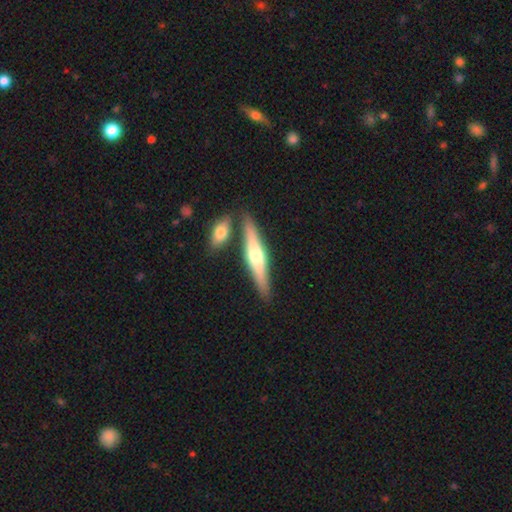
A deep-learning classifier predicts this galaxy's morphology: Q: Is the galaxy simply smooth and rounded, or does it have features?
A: featured or disk — 57%.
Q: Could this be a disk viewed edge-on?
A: yes — 95%.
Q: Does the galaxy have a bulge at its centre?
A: rounded — 86%.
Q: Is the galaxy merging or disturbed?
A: none — 79%.